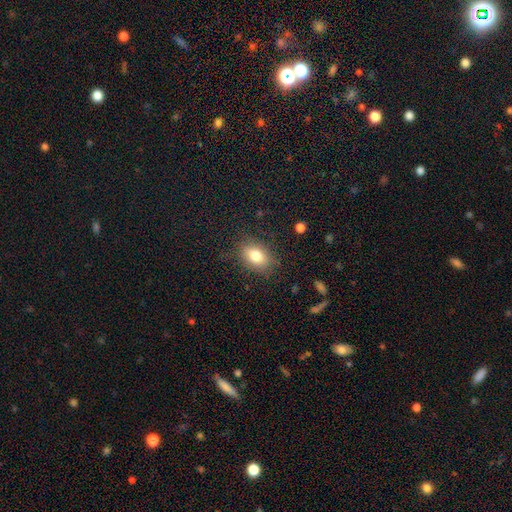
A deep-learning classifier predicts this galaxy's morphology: smooth-or-featured: smooth: 80% | featured or disk: 11% | star or artifact: 9%
  how-rounded: in between: 78% | round: 21% | cigar-shaped: 2%
  merging: none: 83% | minor disturbance: 12% | major disturbance: 4% | merger: 1%